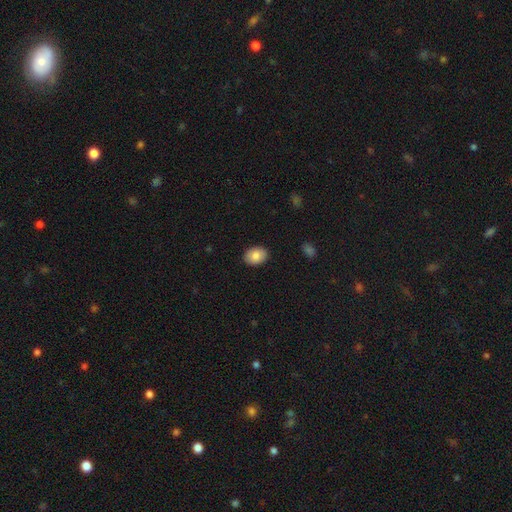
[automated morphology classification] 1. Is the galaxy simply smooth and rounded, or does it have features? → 83% smooth, 9% featured or disk, 7% star or artifact.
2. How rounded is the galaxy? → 74% in between, 25% round, 1% cigar-shaped.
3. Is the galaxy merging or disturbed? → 89% none, 8% minor disturbance, 2% major disturbance, 1% merger.